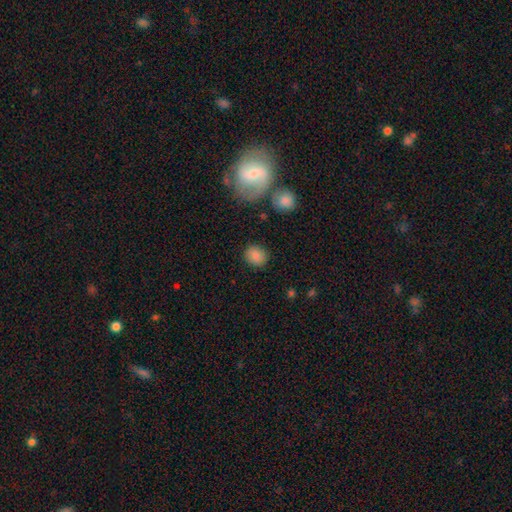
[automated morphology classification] smooth-or-featured: smooth: 86% | star or artifact: 9% | featured or disk: 5%
  how-rounded: round: 70% | in between: 29% | cigar-shaped: 1%
  merging: none: 86% | minor disturbance: 9% | major disturbance: 3% | merger: 2%